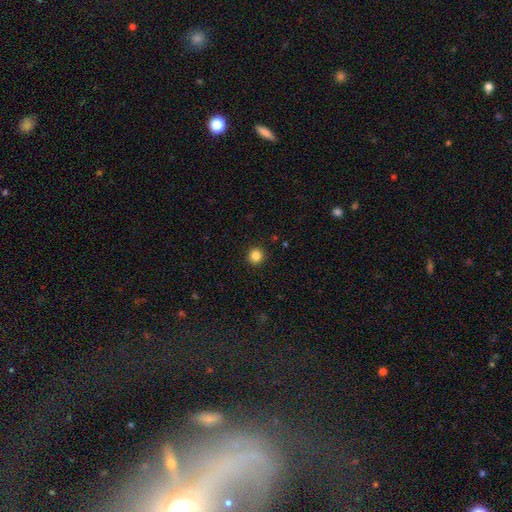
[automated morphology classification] A smooth galaxy with no disk features (85%) that is round (95%). Merging: none (93%).